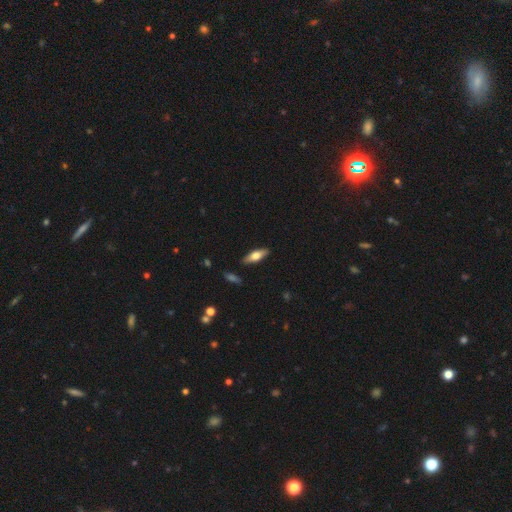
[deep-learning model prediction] Overall: smooth (57%; featured or disk 37%). How rounded: in between (57%; cigar-shaped 40%). Merging: none (88%).